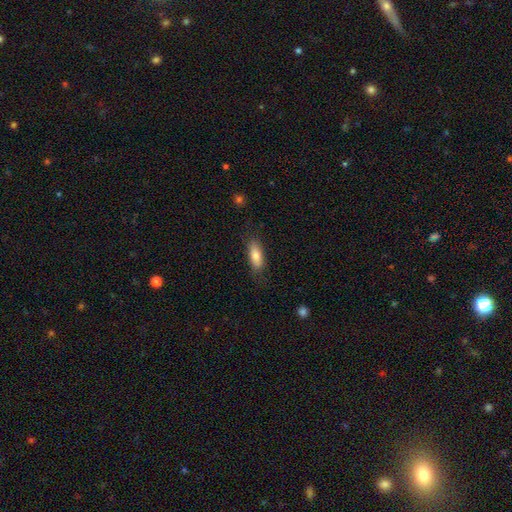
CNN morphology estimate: Smooth or featured? smooth (80%)
How rounded? in between (71%)
Merging? none (78%)